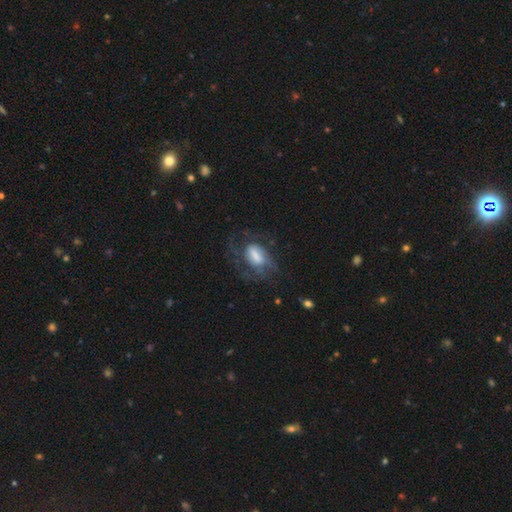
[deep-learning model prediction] A featured or disk galaxy (59%) with a weak bar (44%), spiral arms (82%) and a large central bulge (41%).

Vote fractions:
- Smooth or featured? featured or disk: 59% / smooth: 33% / star or artifact: 8%
- Edge-on disk? no: 95% / yes: 5%
- Bar? weak: 44% / no: 34% / strong: 22%
- Spiral arms? yes: 82% / no: 18%
- Bulge size? large: 41% / moderate: 24% / small: 14% / none: 13% / dominant: 7%
- Merging? none: 45% / major disturbance: 32% / minor disturbance: 21% / merger: 2%